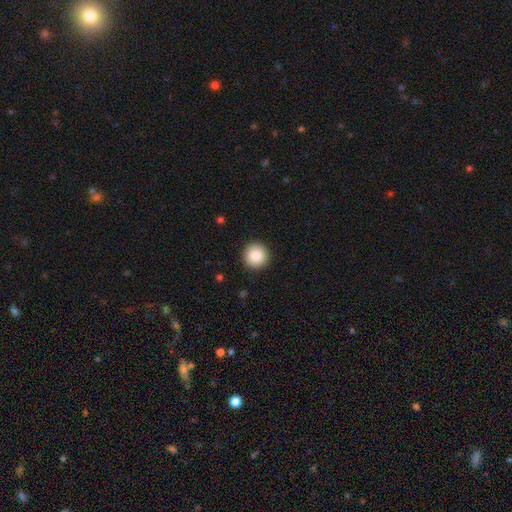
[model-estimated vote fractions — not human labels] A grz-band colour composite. It shows a smooth galaxy with no disk features (85%) that is round (96%). Merging: none (93%).